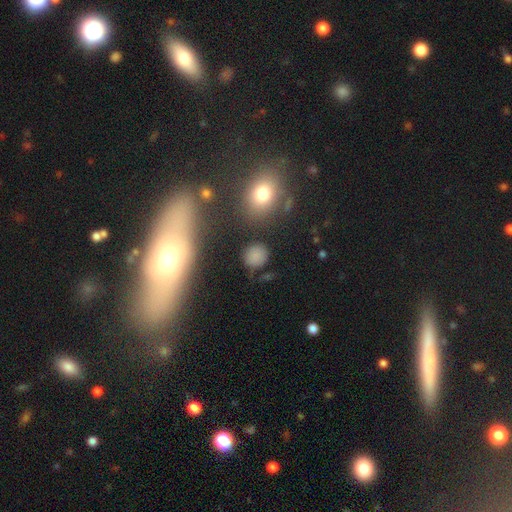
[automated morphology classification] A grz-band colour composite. It shows a smooth galaxy with no disk features (77%) that is round (84%). Merging: none (82%).